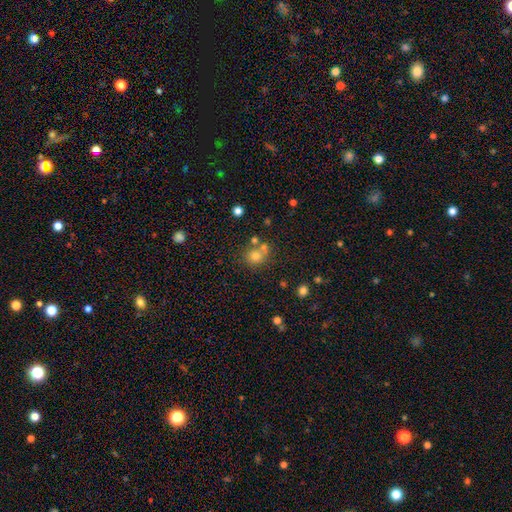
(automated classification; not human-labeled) Smooth or featured? Predicted: smooth (p=0.71). How rounded? Predicted: round (p=0.80). Merging? Predicted: none (p=0.52).